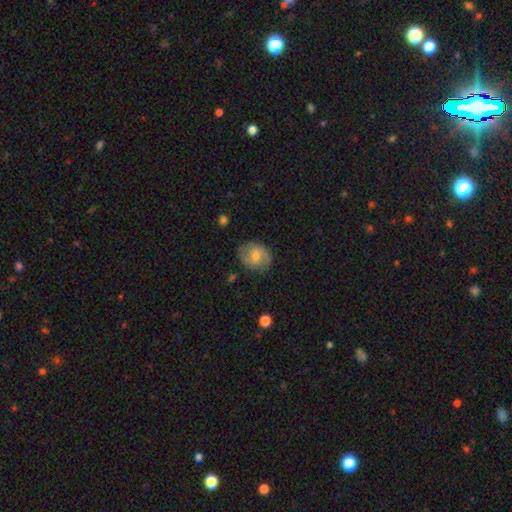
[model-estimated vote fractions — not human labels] Q: Smooth or featured?
A: featured or disk (51%); runner-up: smooth (42%)
Q: Edge-on disk?
A: no (96%); runner-up: yes (4%)
Q: Merging?
A: none (76%); runner-up: minor disturbance (17%)